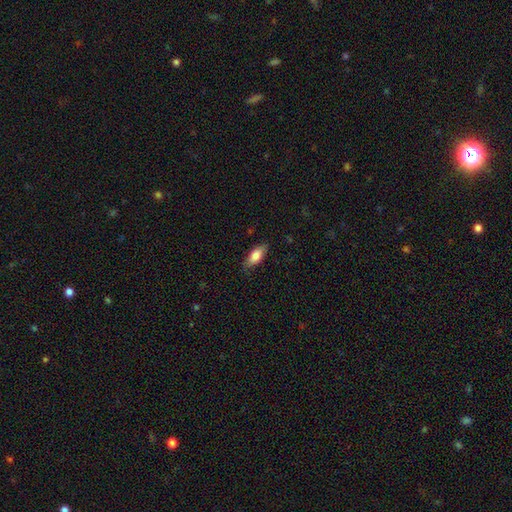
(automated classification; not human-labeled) Morphology: type=smooth (77%); roundness=in between (81%); merging=none (78%).